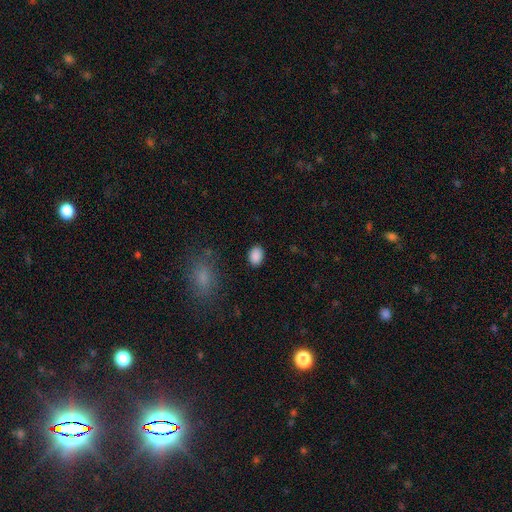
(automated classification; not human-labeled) smooth_or_featured: smooth (p=0.89) [alt: star or artifact p=0.08]
how_rounded: in between (p=0.78) [alt: round p=0.21]
merging: none (p=0.87) [alt: minor disturbance p=0.09]